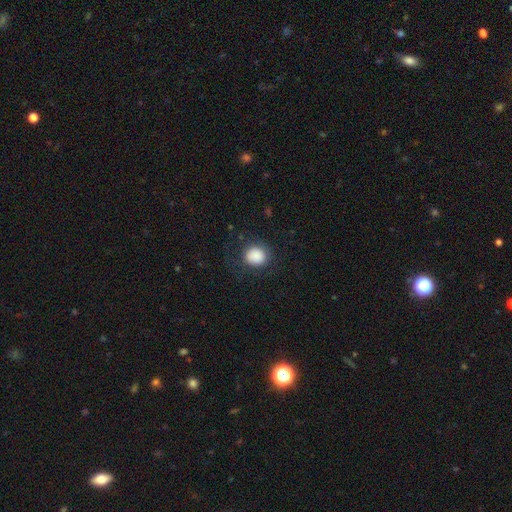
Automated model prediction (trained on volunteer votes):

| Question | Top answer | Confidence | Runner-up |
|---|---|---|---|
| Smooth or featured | smooth | 87% | star or artifact (8%) |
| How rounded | round | 80% | in between (19%) |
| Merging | none | 80% | minor disturbance (12%) |